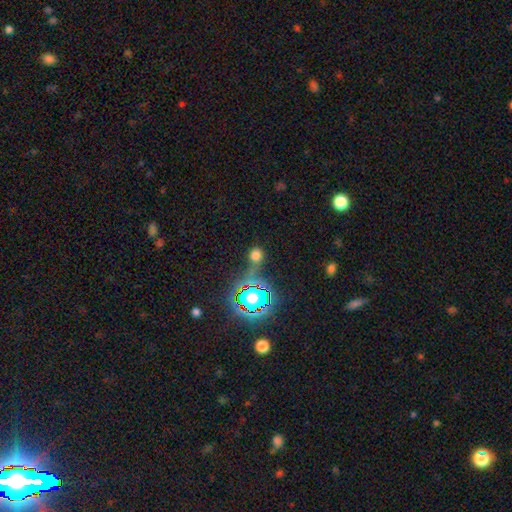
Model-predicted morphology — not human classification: smooth-or-featured: smooth: 60% | star or artifact: 32% | featured or disk: 8%
  how-rounded: round: 78% | in between: 20% | cigar-shaped: 2%
  merging: none: 62% | merger: 15% | minor disturbance: 14% | major disturbance: 9%